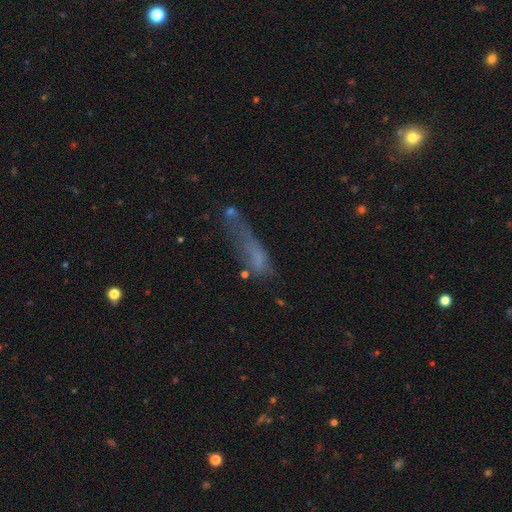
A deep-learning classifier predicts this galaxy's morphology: Smooth or featured?
  - smooth: 57% *
  - featured or disk: 26%
  - star or artifact: 18%
How rounded?
  - cigar-shaped: 65% *
  - in between: 32%
  - round: 3%
Merging?
  - none: 33% *
  - major disturbance: 31%
  - minor disturbance: 24%
  - merger: 12%